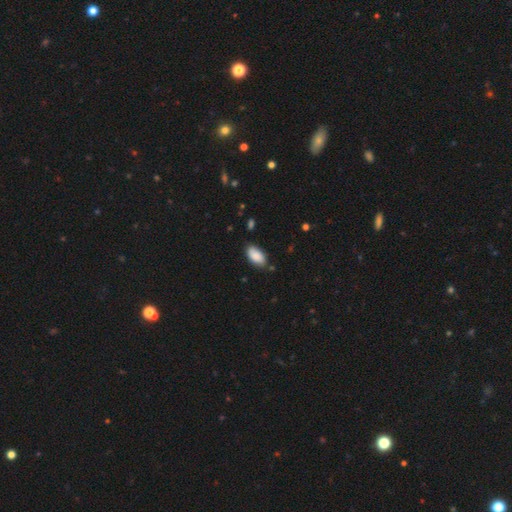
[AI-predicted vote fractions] smooth 86%, featured or disk 8%, star or artifact 6%. Down the decision tree: how rounded — in between (94%); merging — none (78%).